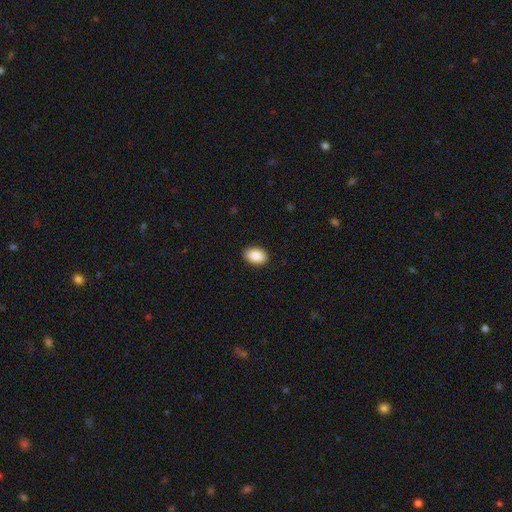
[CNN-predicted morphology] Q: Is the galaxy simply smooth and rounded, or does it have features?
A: smooth — 90%.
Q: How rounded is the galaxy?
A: in between — 89%.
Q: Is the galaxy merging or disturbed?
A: none — 89%.